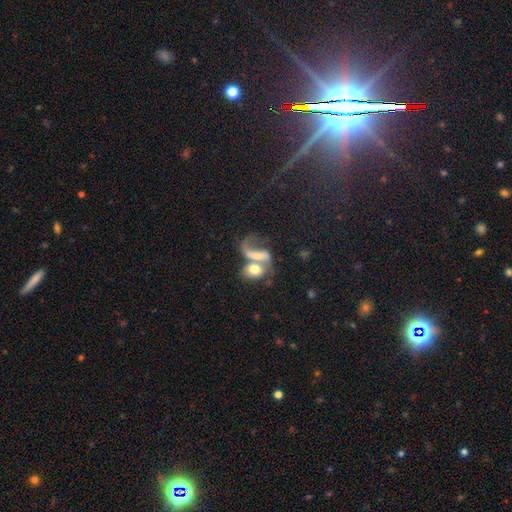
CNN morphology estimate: This appears to be a smooth galaxy with no disk features (47%). Merging: merger (63%).